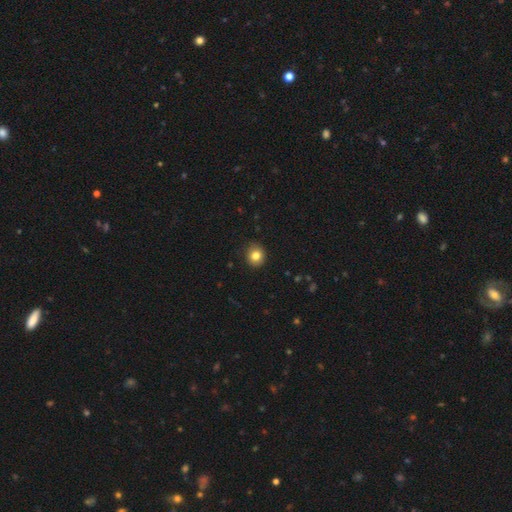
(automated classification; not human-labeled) The model was most divided on "how rounded": round: 84%, in between: 15%, cigar-shaped: 1%. More confident: merging — none (87%); smooth or featured — smooth (82%).